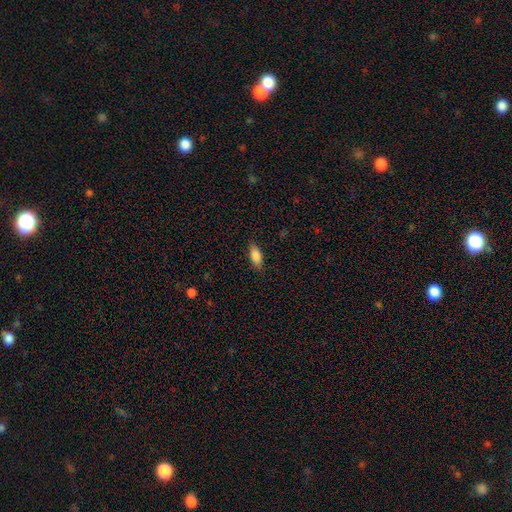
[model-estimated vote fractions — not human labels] A smooth galaxy with no disk features (87%) that is in between round and cigar-shaped (85%). Merging: none (86%).